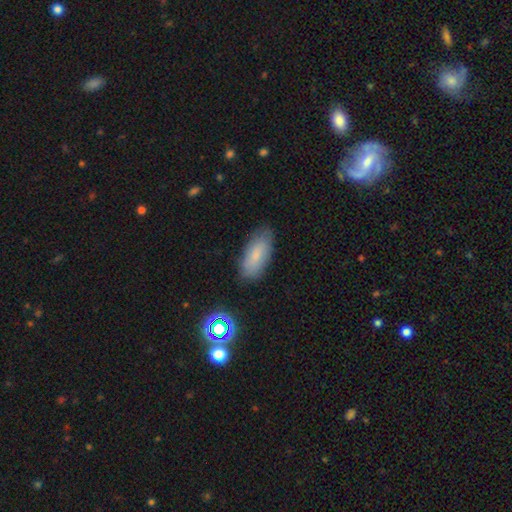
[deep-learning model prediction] Smooth or featured? Predicted: smooth (p=0.77). How rounded? Predicted: in between (p=0.84). Merging? Predicted: none (p=0.82).